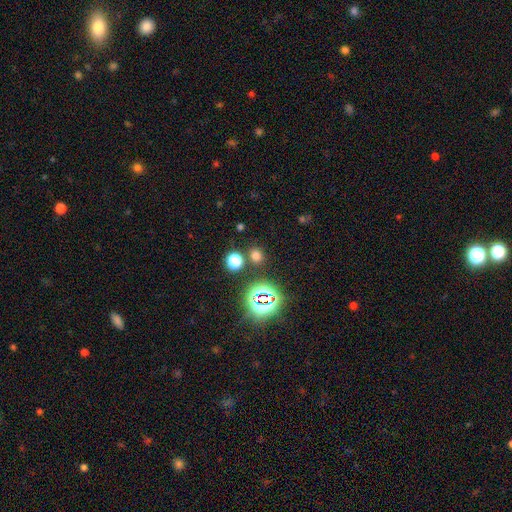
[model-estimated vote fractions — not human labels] Morphology: type=smooth (63%); roundness=round (79%); merging=none (81%).